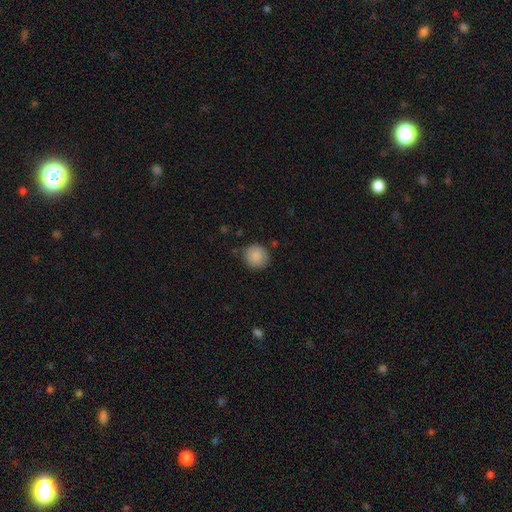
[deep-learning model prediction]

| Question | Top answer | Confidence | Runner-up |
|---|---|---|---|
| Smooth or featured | smooth | 88% | star or artifact (8%) |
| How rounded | round | 92% | in between (7%) |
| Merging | none | 83% | minor disturbance (13%) |